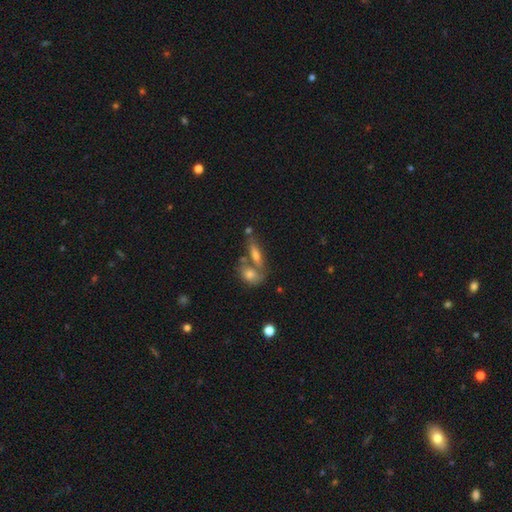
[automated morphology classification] smooth_or_featured: smooth (p=0.55) [alt: featured or disk p=0.32]
how_rounded: in between (p=0.50) [alt: cigar-shaped p=0.42]
merging: none (p=0.44) [alt: merger p=0.42]